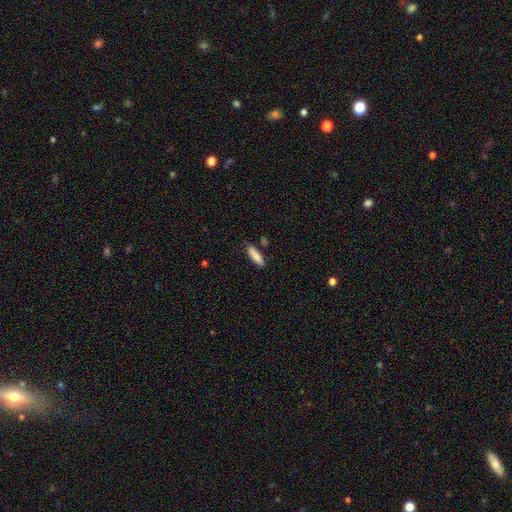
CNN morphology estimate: Smooth or featured?
  - smooth: 86% *
  - featured or disk: 8%
  - star or artifact: 6%
How rounded?
  - cigar-shaped: 58% *
  - in between: 40%
  - round: 2%
Merging?
  - none: 79% *
  - minor disturbance: 14%
  - merger: 4%
  - major disturbance: 3%